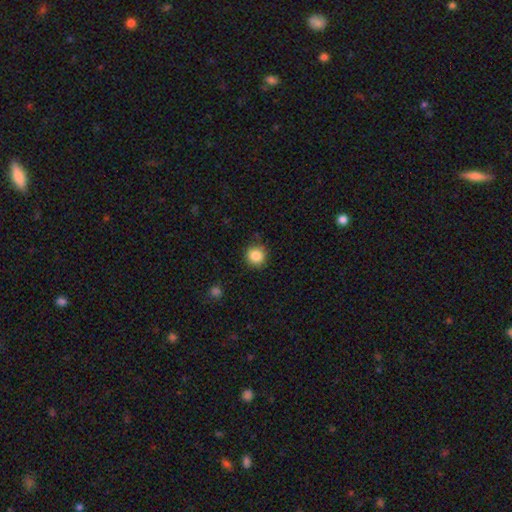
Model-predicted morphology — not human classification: This appears to be a smooth galaxy with no disk features (86%) that is round (90%). Merging: none (86%).